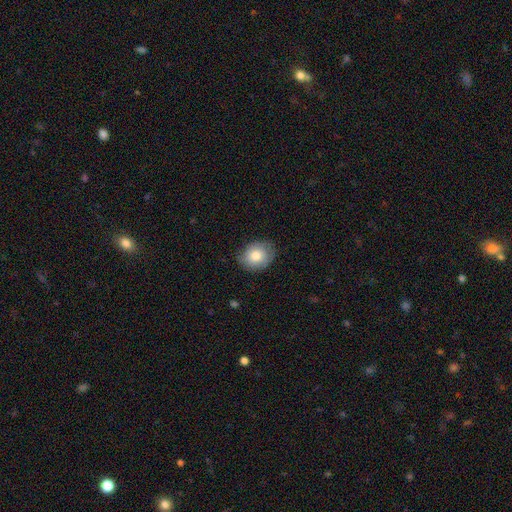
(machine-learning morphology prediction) type=smooth (76%); roundness=round (52%); merging=none (74%).